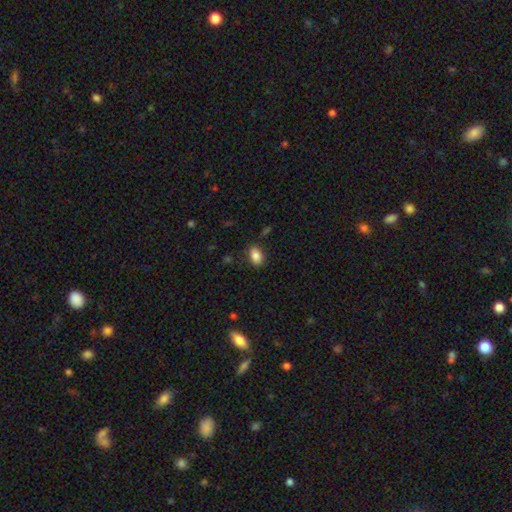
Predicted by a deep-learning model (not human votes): The model was most divided on "merging": none: 84%, minor disturbance: 11%, major disturbance: 3%, merger: 2%. More confident: how rounded — in between (86%); smooth or featured — smooth (85%).